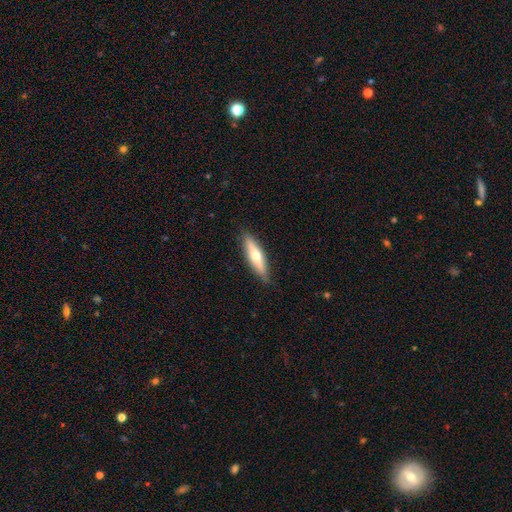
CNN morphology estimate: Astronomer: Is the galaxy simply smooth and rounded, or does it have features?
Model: smooth — 48% (runner-up: featured or disk, 46%).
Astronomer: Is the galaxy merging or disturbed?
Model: none — 87%.